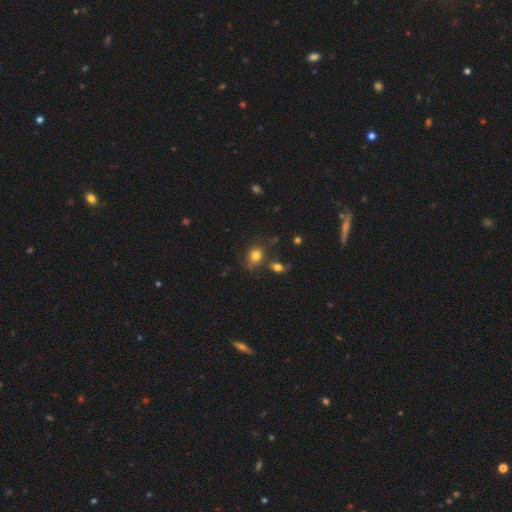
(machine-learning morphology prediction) smooth 80%, star or artifact 12%, featured or disk 9%. Down the decision tree: how rounded — round (55%); merging — none (63%).